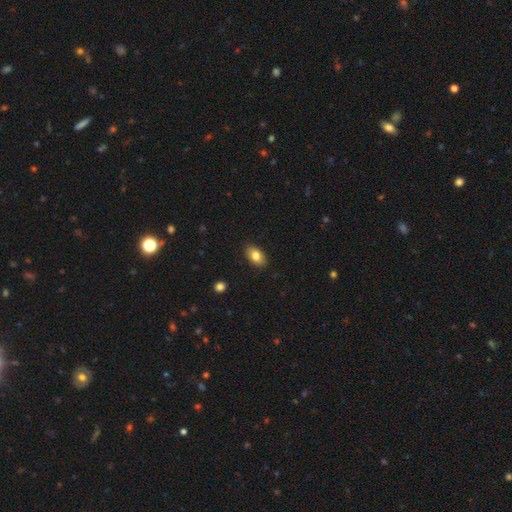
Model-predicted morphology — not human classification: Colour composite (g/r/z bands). It shows a smooth galaxy with no disk features (82%) that is in between round and cigar-shaped (90%). Merging: none (88%).